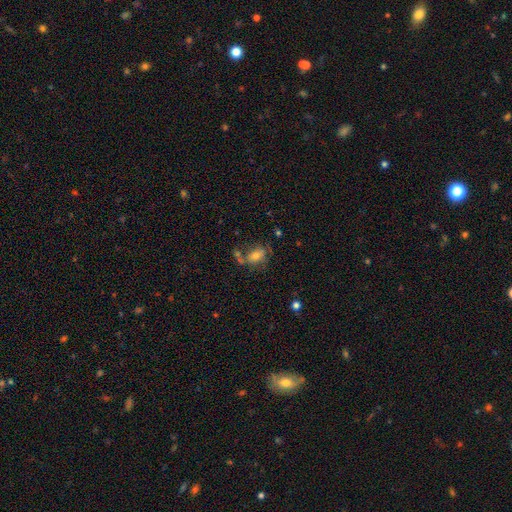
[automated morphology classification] type=smooth (62%); roundness=in between (72%); merging=none (46%).